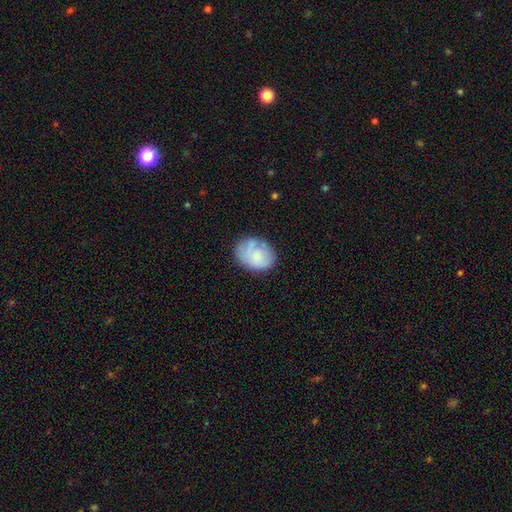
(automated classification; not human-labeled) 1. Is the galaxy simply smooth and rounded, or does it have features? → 70% smooth, 23% featured or disk, 7% star or artifact.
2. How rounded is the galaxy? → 66% in between, 34% round, 1% cigar-shaped.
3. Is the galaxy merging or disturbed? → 62% none, 25% minor disturbance, 8% major disturbance, 5% merger.